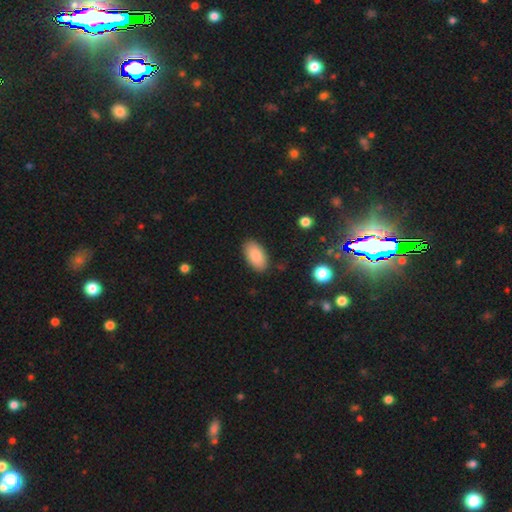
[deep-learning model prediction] The model was most divided on "merging": none: 87%, minor disturbance: 9%, major disturbance: 2%, merger: 1%. More confident: how rounded — in between (95%); smooth or featured — smooth (87%).